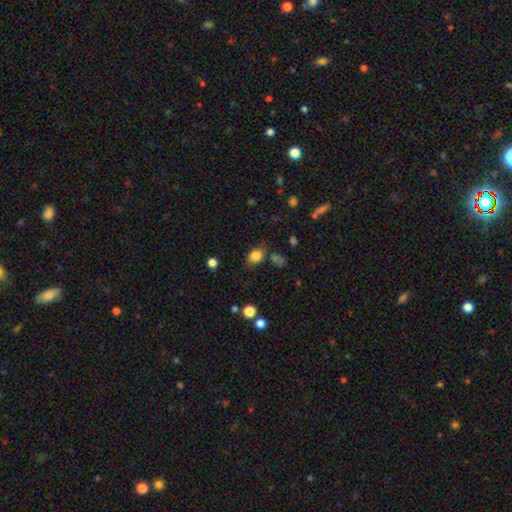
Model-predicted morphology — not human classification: This appears to be a smooth galaxy with no disk features (83%) that is in between round and cigar-shaped (64%). Merging: none (70%).